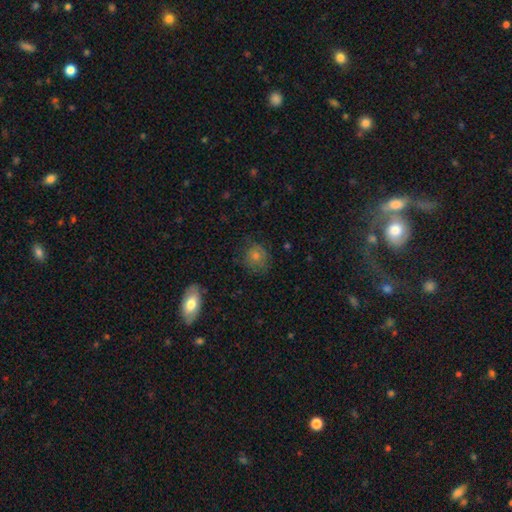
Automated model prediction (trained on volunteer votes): A smooth galaxy with no disk features (63%) that is round (80%).

Vote fractions:
- Smooth or featured? smooth: 63% / star or artifact: 20% / featured or disk: 17%
- How rounded? round: 80% / in between: 19% / cigar-shaped: 1%
- Merging? none: 81% / minor disturbance: 13% / major disturbance: 4% / merger: 2%